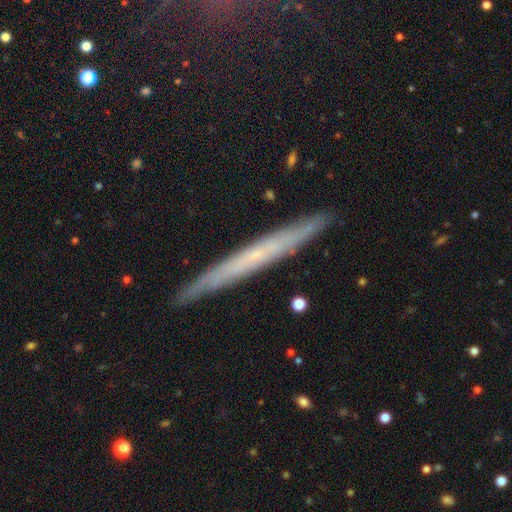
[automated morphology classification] smooth_or_featured: featured or disk (p=0.59) [alt: smooth p=0.31]
disk_edge_on: yes (p=0.91) [alt: no p=0.09]
edge_on_bulge: none (p=0.80) [alt: rounded p=0.17]
merging: none (p=0.89) [alt: minor disturbance p=0.08]